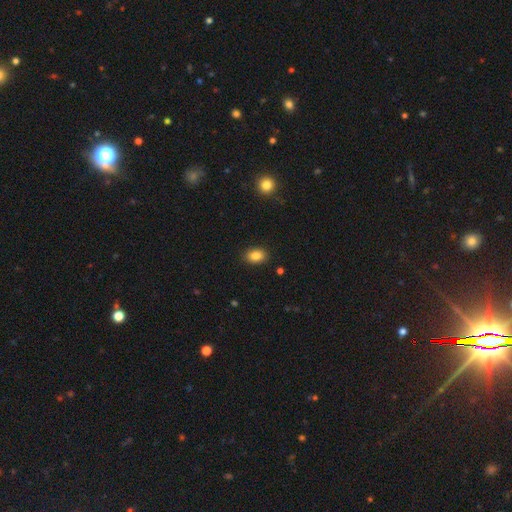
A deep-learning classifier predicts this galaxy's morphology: Smooth or featured? smooth (85%)
How rounded? in between (76%)
Merging? none (88%)